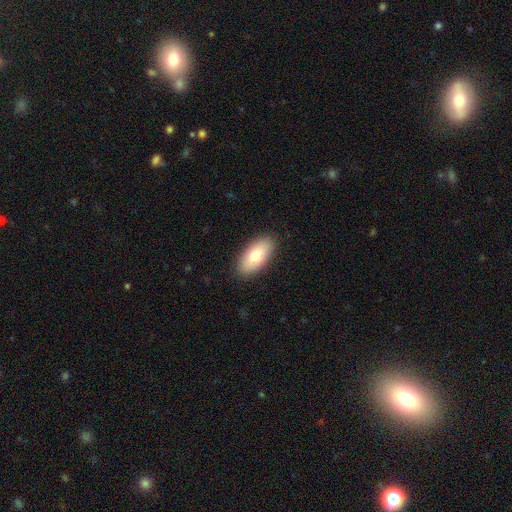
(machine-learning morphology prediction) This appears to be a smooth galaxy with no disk features (78%) that is in between round and cigar-shaped (92%). Merging: none (88%).